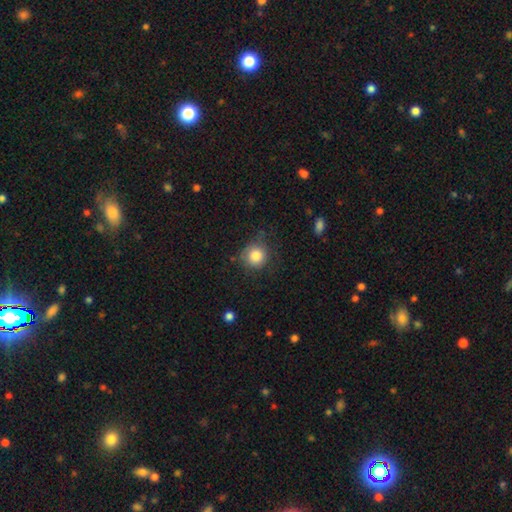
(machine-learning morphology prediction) The model was most divided on "merging": none: 71%, minor disturbance: 21%, major disturbance: 7%, merger: 2%. More confident: how rounded — round (91%); smooth or featured — smooth (84%).